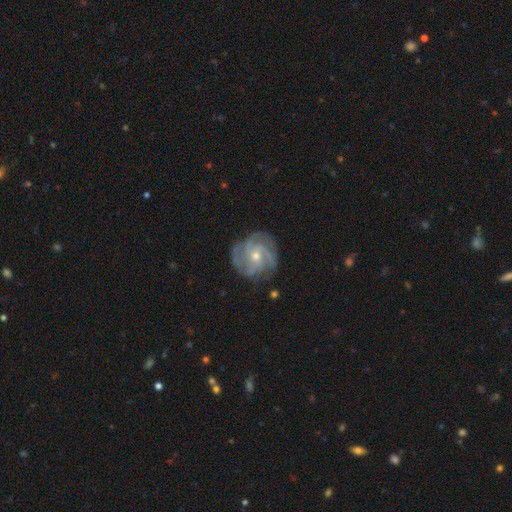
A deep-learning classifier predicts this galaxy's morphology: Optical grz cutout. It shows a featured or disk galaxy (87%) with no bar (61%), 3 (36%) tight (57%) spiral arms (97%) and a moderate central bulge (49%). Merging: none (80%).